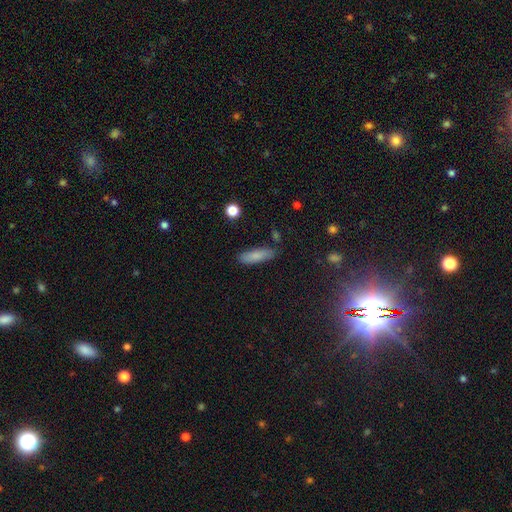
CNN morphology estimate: Overall: smooth (82%). How rounded: cigar-shaped (52%; in between 46%). Merging: none (83%).